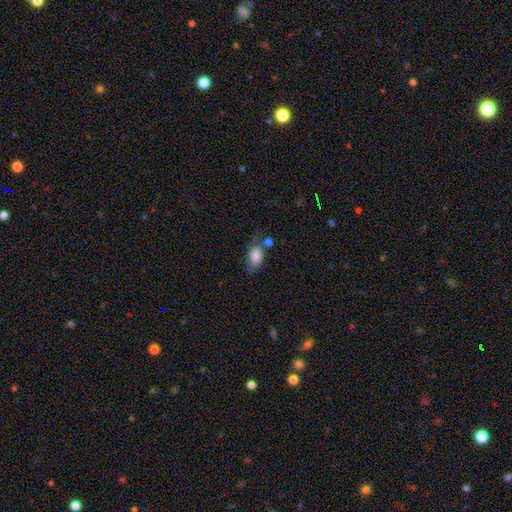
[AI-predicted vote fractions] Smooth or featured? smooth (81%)
How rounded? in between (89%)
Merging? none (50%)